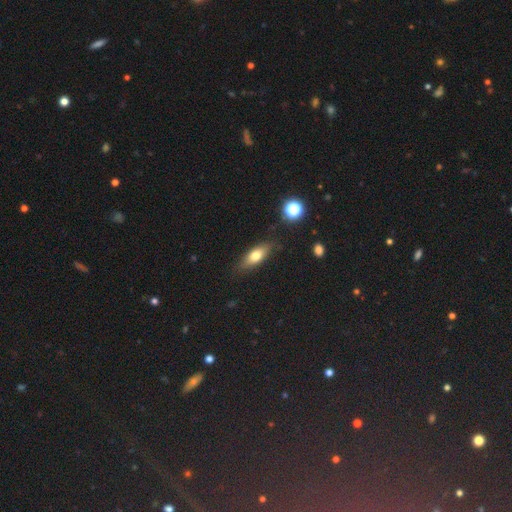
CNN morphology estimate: Smooth or featured? Predicted: smooth (p=0.71). How rounded? Predicted: in between (p=0.70). Merging? Predicted: none (p=0.81).